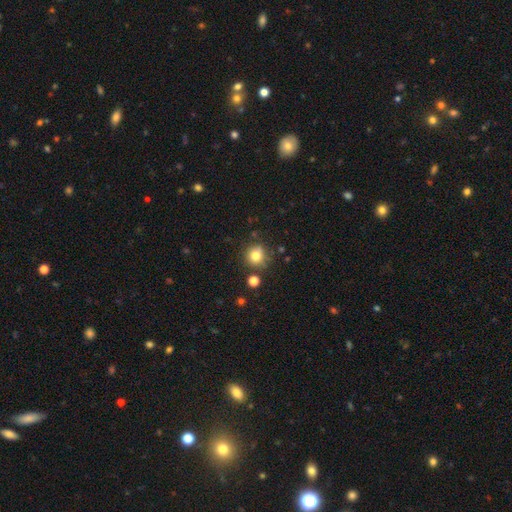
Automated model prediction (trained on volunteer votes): Smooth or featured?
  - smooth: 79% *
  - star or artifact: 12%
  - featured or disk: 8%
How rounded?
  - round: 89% *
  - in between: 10%
  - cigar-shaped: 1%
Merging?
  - none: 78% *
  - minor disturbance: 12%
  - merger: 6%
  - major disturbance: 3%